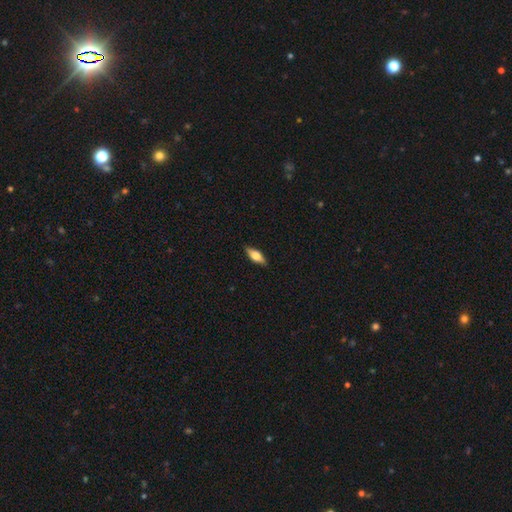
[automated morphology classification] This is possibly a smooth galaxy (55%). How rounded: likely in between (66%). Merging: clearly none (88%).